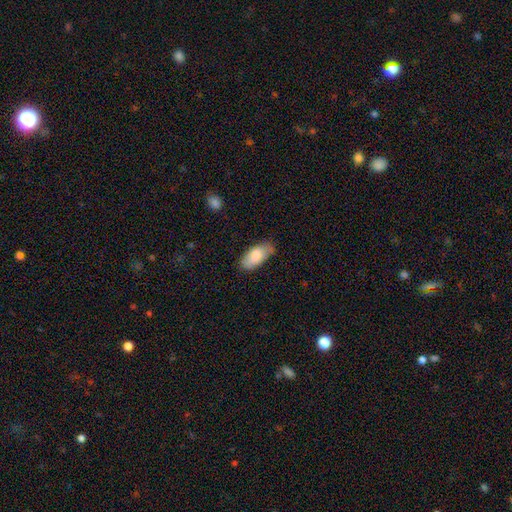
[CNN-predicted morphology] A smooth galaxy with no disk features (83%) that is in between round and cigar-shaped (92%). Merging: none (71%).